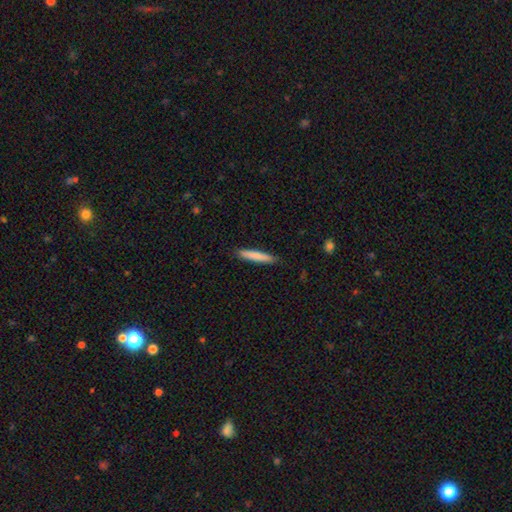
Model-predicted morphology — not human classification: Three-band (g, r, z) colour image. It shows a smooth galaxy with no disk features (81%) that is cigar-shaped (93%). Merging: none (89%).